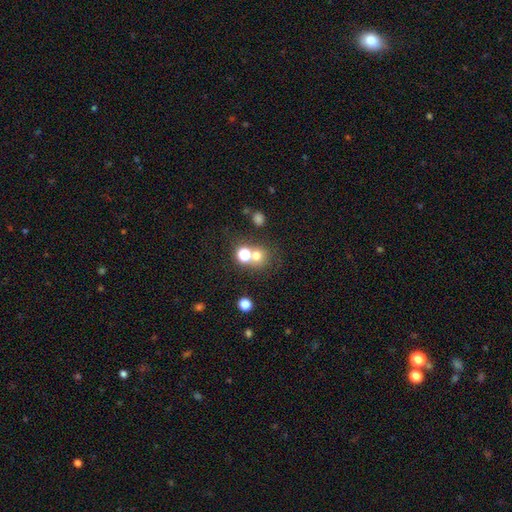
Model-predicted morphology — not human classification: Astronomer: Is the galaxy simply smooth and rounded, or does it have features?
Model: smooth — 67%.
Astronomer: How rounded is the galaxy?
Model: round — 85%.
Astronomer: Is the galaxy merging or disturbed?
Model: none — 57% (runner-up: merger, 32%).